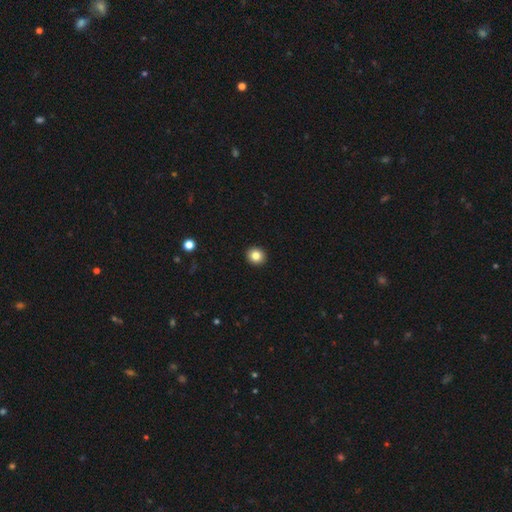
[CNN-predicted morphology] smooth_or_featured: smooth (p=0.83) [alt: star or artifact p=0.10]
how_rounded: round (p=0.87) [alt: in between p=0.12]
merging: none (p=0.93) [alt: minor disturbance p=0.04]